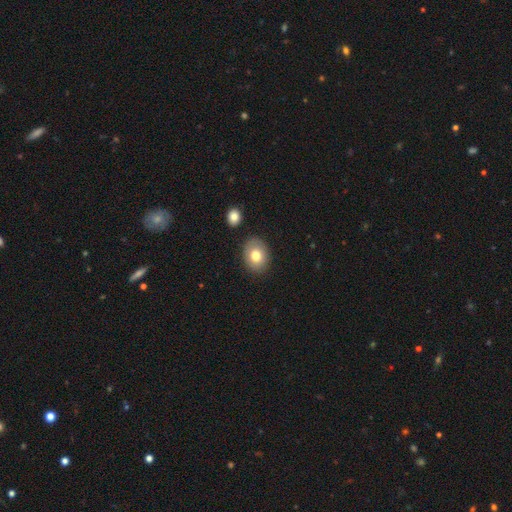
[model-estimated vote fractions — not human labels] Q: Smooth or featured?
A: smooth (78%); runner-up: featured or disk (14%)
Q: How rounded?
A: in between (62%); runner-up: round (37%)
Q: Merging?
A: none (84%); runner-up: minor disturbance (10%)